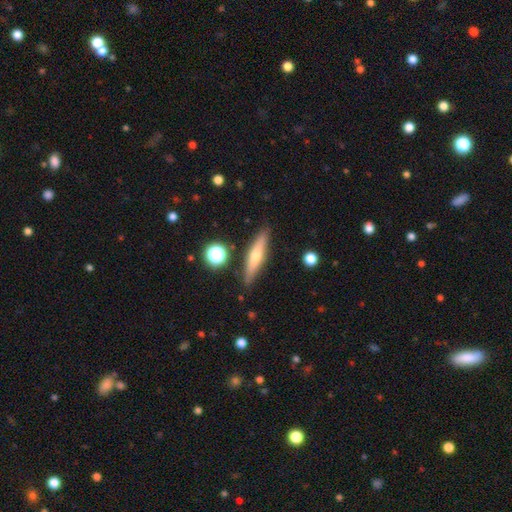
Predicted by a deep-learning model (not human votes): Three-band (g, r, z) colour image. It shows a smooth galaxy with no disk features (47%). Merging: none (86%).